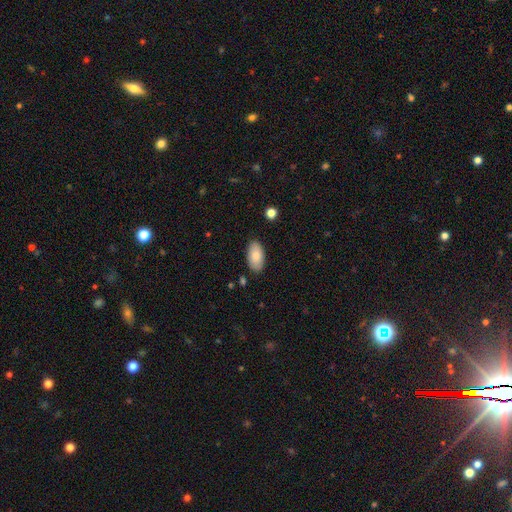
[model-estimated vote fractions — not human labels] Smooth or featured?
  - smooth: 85% *
  - featured or disk: 9%
  - star or artifact: 6%
How rounded?
  - in between: 95% *
  - round: 2%
  - cigar-shaped: 2%
Merging?
  - none: 86% *
  - minor disturbance: 10%
  - major disturbance: 2%
  - merger: 1%